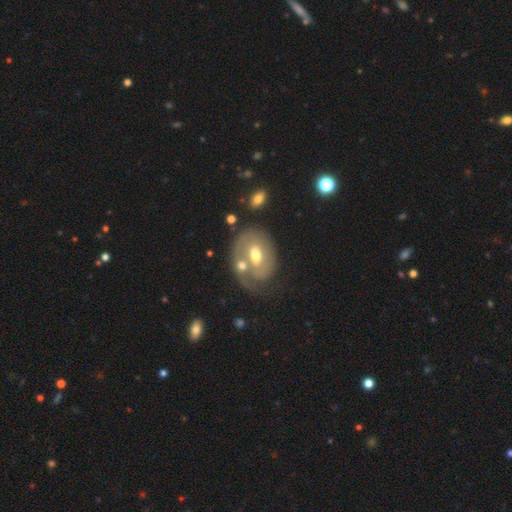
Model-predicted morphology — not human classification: Smooth or featured? featured or disk (66%)
Edge-on disk? no (95%)
Bar? no (48%)
Spiral arms? yes (56%)
Bulge size? moderate (71%)
Merging? none (46%)